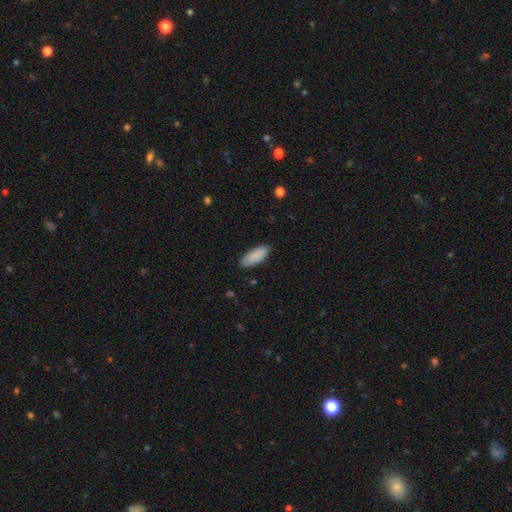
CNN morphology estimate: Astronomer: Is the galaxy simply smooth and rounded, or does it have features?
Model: smooth — 88%.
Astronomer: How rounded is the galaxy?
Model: in between — 85%.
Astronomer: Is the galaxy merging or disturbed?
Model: none — 85%.